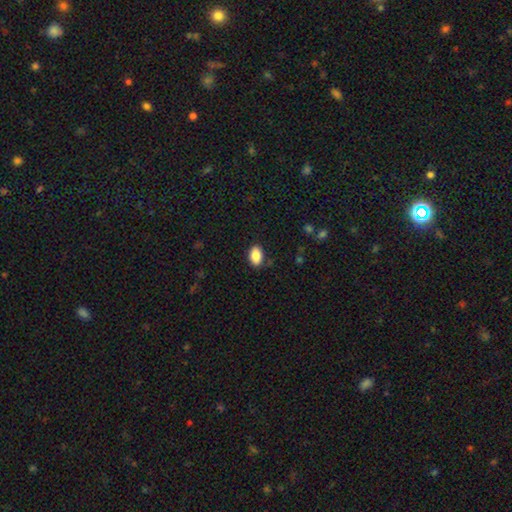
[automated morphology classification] A smooth galaxy with no disk features (88%) that is in between round and cigar-shaped (90%).

Vote fractions:
- Smooth or featured? smooth: 88% / star or artifact: 8% / featured or disk: 5%
- How rounded? in between: 90% / round: 9% / cigar-shaped: 1%
- Merging? none: 85% / minor disturbance: 11% / major disturbance: 3% / merger: 1%